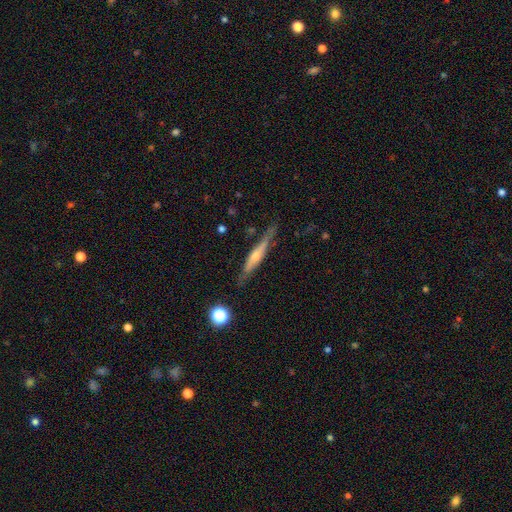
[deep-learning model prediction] Q: Smooth or featured?
A: featured or disk (65%); runner-up: smooth (29%)
Q: Edge-on disk?
A: yes (94%); runner-up: no (6%)
Q: Edge-on bulge?
A: rounded (75%); runner-up: none (16%)
Q: Merging?
A: none (80%); runner-up: minor disturbance (14%)